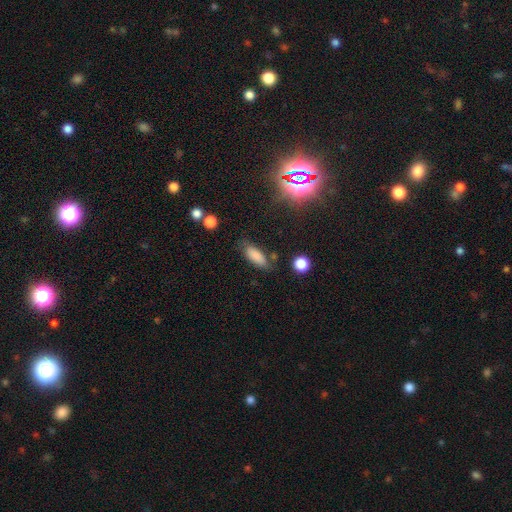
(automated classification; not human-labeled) A smooth galaxy with no disk features (83%) that is in between round and cigar-shaped (72%).

Vote fractions:
- Smooth or featured? smooth: 83% / star or artifact: 9% / featured or disk: 8%
- How rounded? in between: 72% / cigar-shaped: 25% / round: 3%
- Merging? none: 75% / minor disturbance: 16% / major disturbance: 4% / merger: 4%